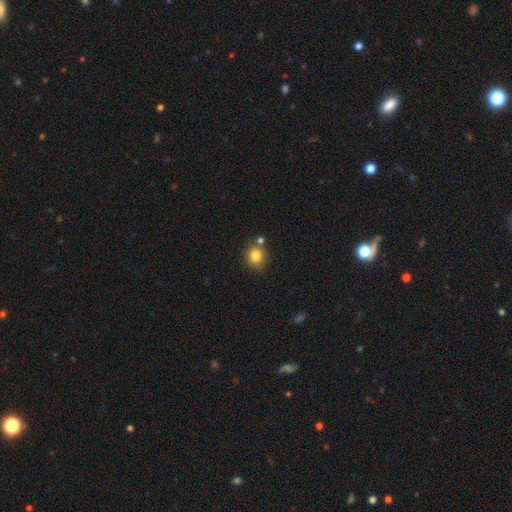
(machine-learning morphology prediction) This appears to be a smooth galaxy with no disk features (83%) that is round (80%). Merging: none (72%).